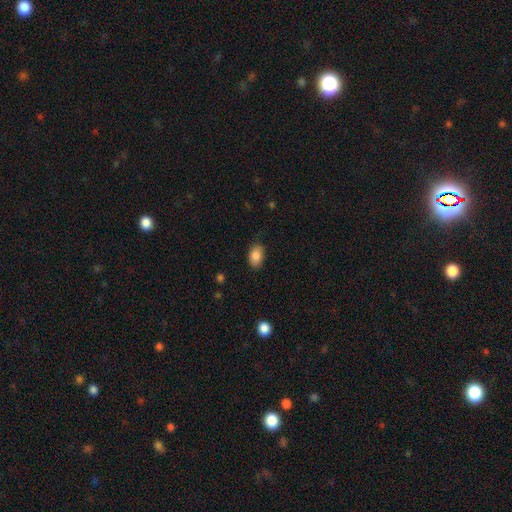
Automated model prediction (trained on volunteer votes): A smooth galaxy with no disk features (86%) that is in between round and cigar-shaped (84%). Merging: none (79%).